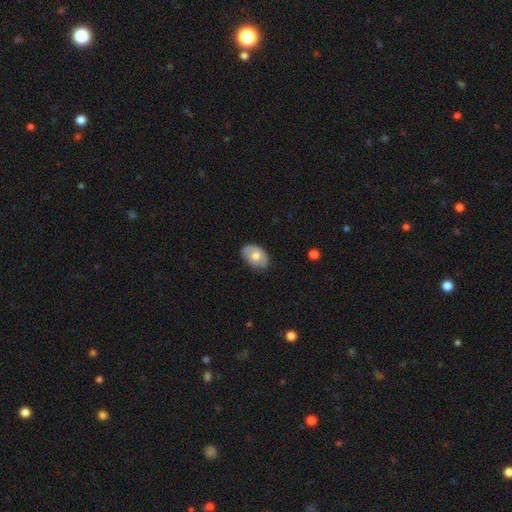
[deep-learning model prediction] The model was most divided on "smooth or featured": smooth: 59%, featured or disk: 35%, star or artifact: 6%. More confident: how rounded — in between (83%); merging — none (77%).